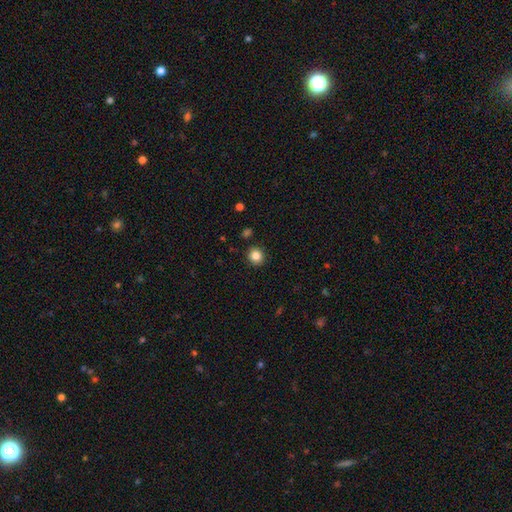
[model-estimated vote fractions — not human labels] Smooth or featured?
  - smooth: 85% *
  - star or artifact: 11%
  - featured or disk: 5%
How rounded?
  - round: 88% *
  - in between: 11%
  - cigar-shaped: 1%
Merging?
  - none: 90% *
  - minor disturbance: 6%
  - major disturbance: 2%
  - merger: 2%